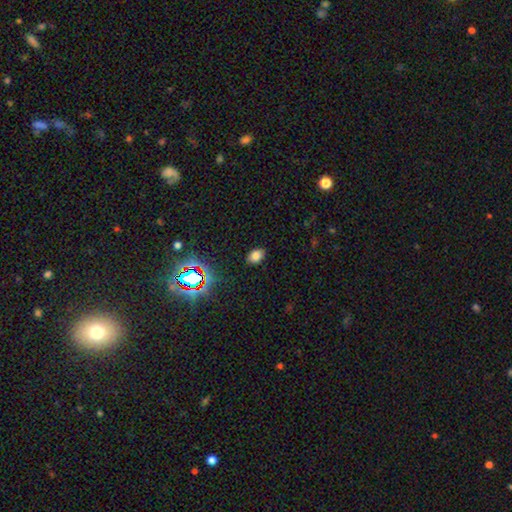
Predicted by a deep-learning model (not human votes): The model was most divided on "how rounded": in between: 75%, round: 23%, cigar-shaped: 1%. More confident: merging — none (87%); smooth or featured — smooth (76%).